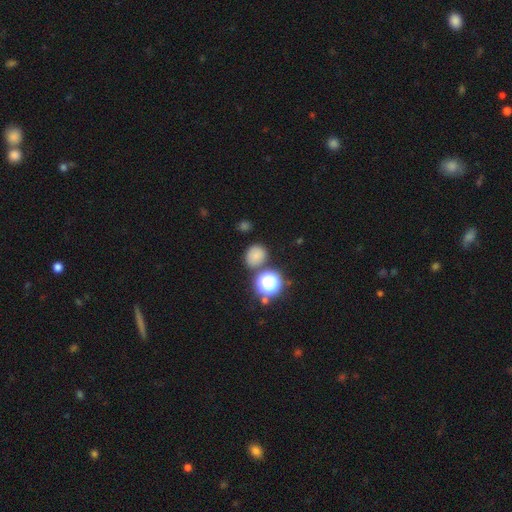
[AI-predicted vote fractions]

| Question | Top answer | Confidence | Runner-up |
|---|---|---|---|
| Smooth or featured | smooth | 75% | star or artifact (19%) |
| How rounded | round | 67% | in between (32%) |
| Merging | none | 77% | minor disturbance (11%) |